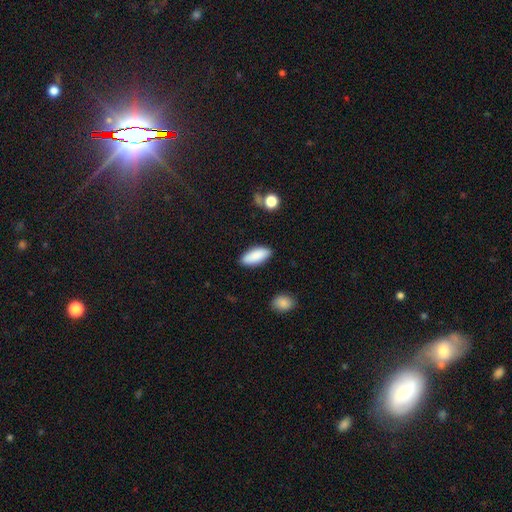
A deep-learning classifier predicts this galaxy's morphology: Smooth or featured? Predicted: smooth (p=0.89). How rounded? Predicted: in between (p=0.82). Merging? Predicted: none (p=0.87).